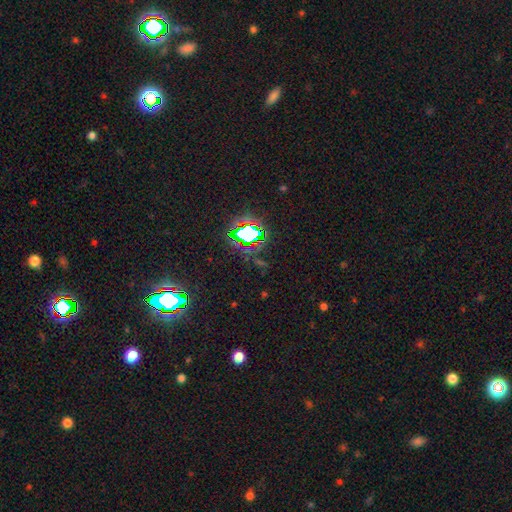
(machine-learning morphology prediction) smooth_or_featured: star or artifact (p=0.80) [alt: smooth p=0.13]